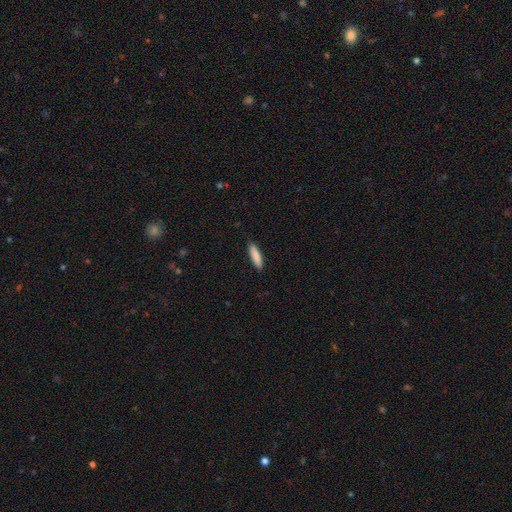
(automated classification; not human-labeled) smooth_or_featured: smooth (p=0.88) [alt: featured or disk p=0.07]
how_rounded: cigar-shaped (p=0.71) [alt: in between p=0.28]
merging: none (p=0.89) [alt: minor disturbance p=0.08]